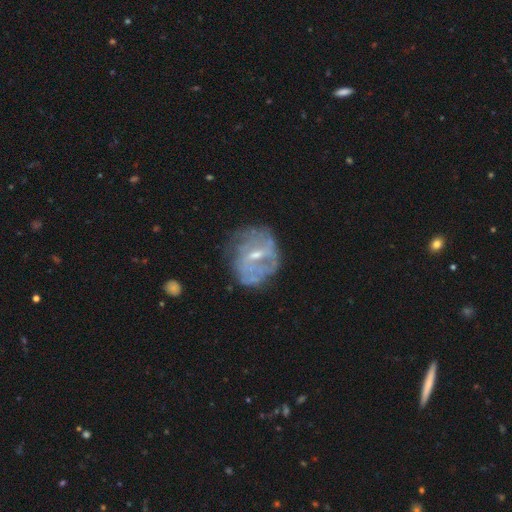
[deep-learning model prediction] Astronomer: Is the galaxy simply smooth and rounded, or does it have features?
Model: featured or disk — 72%.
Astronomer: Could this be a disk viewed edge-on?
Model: no — 97%.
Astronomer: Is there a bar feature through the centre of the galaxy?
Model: weak — 53% (runner-up: no, 31%).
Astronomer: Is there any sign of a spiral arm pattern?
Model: yes — 56% (runner-up: no, 44%).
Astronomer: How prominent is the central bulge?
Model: small — 55% (runner-up: moderate, 36%).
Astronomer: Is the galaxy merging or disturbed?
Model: none — 52%.